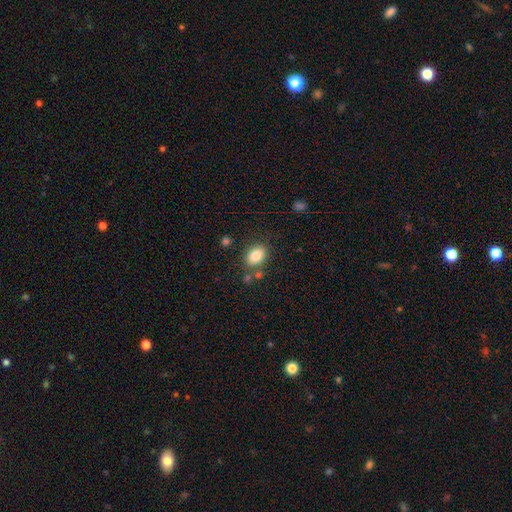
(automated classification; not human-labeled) Smooth or featured? smooth (84%)
How rounded? in between (76%)
Merging? none (74%)